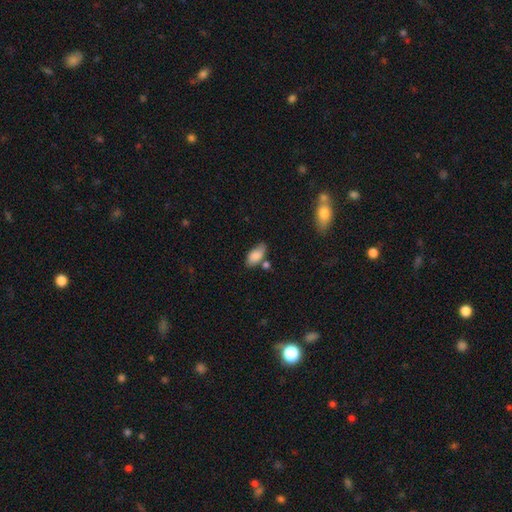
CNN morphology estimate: smooth 83%, featured or disk 10%, star or artifact 7%. Down the decision tree: how rounded — in between (91%); merging — none (61%).